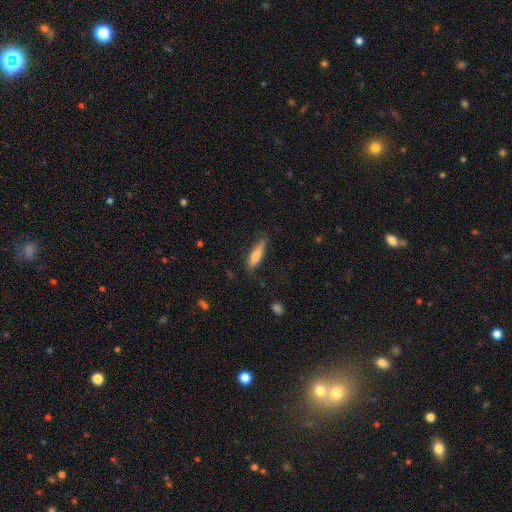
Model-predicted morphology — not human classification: A smooth galaxy with no disk features (75%) that is cigar-shaped (70%). Merging: none (74%).